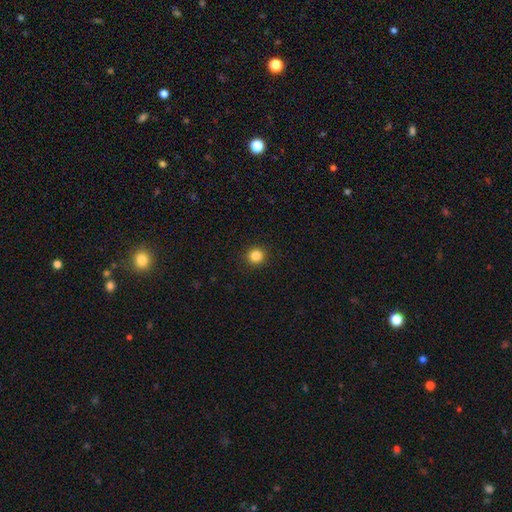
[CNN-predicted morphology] This is clearly a smooth galaxy (84%). How rounded: clearly round (93%). Merging: clearly none (92%).